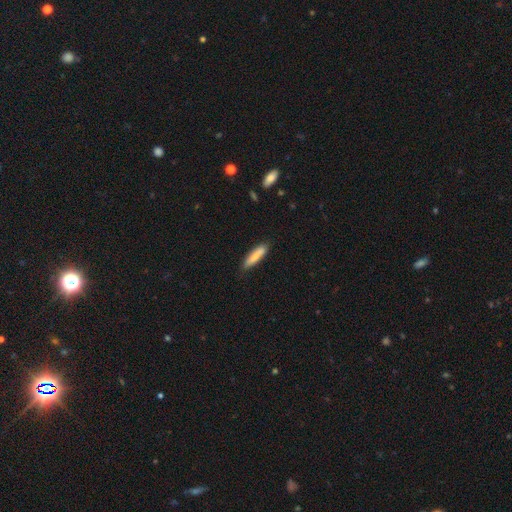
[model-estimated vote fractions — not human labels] Smooth or featured: smooth — 82% (featured or disk — 12%)
How rounded: cigar-shaped — 82% (in between — 17%)
Merging: none — 81% (minor disturbance — 15%)